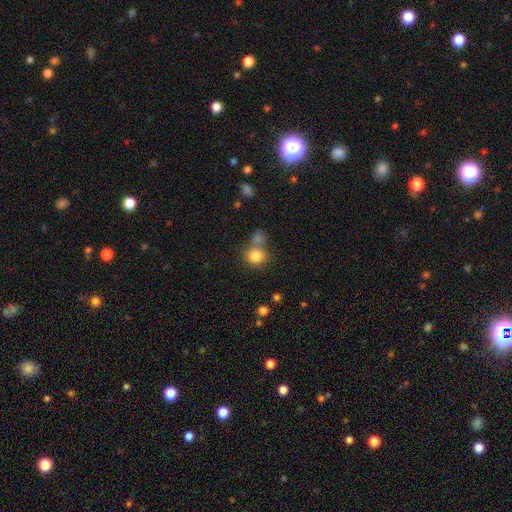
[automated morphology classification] The model was most divided on "merging": none: 52%, merger: 31%, minor disturbance: 11%, major disturbance: 5%. More confident: smooth or featured — smooth (82%); how rounded — round (79%).